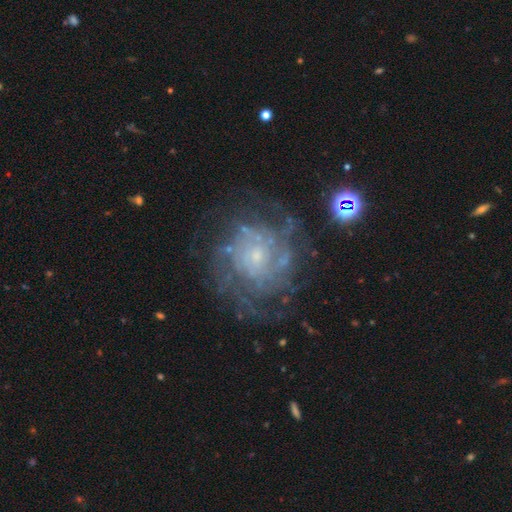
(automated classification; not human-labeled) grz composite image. It shows a featured or disk galaxy (80%) with no bar (77%), tight (61%) spiral arms (87%) and a small central bulge (72%). Merging: none (69%).